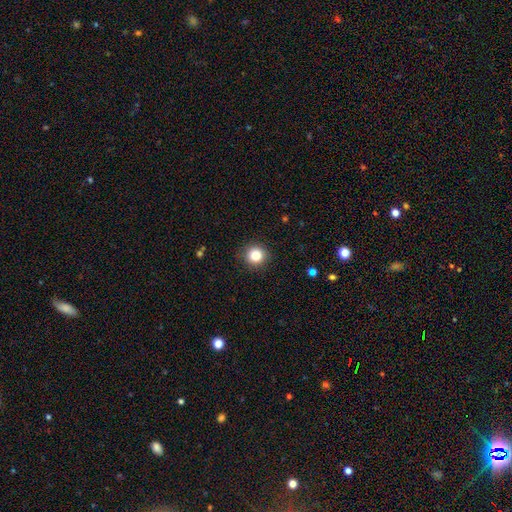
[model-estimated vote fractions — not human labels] A smooth galaxy with no disk features (84%) that is round (91%). Merging: none (89%).